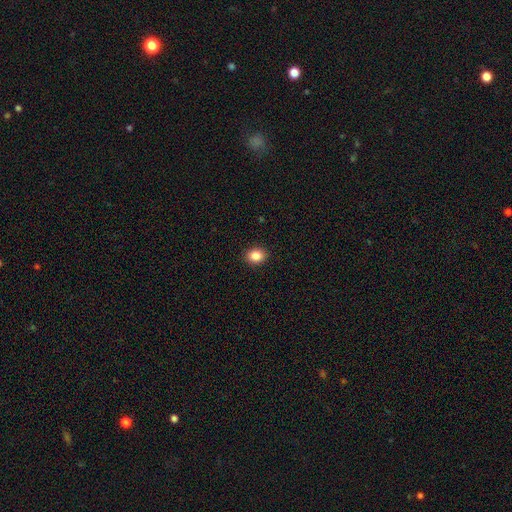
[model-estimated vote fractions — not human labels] Overall: smooth (85%). How rounded: round (55%; in between 44%). Merging: none (91%).